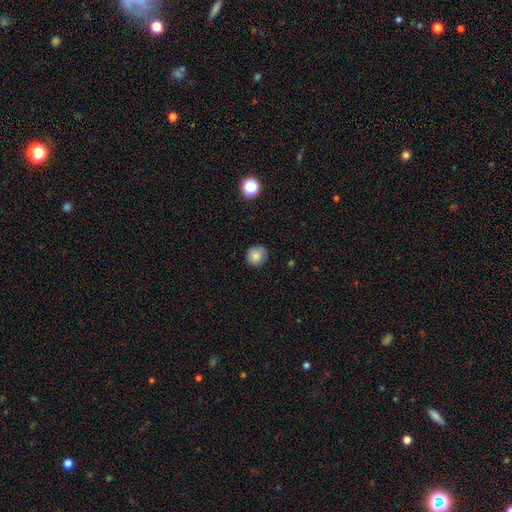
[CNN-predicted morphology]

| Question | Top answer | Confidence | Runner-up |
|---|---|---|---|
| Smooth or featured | smooth | 81% | star or artifact (10%) |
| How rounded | round | 86% | in between (13%) |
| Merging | none | 81% | minor disturbance (15%) |